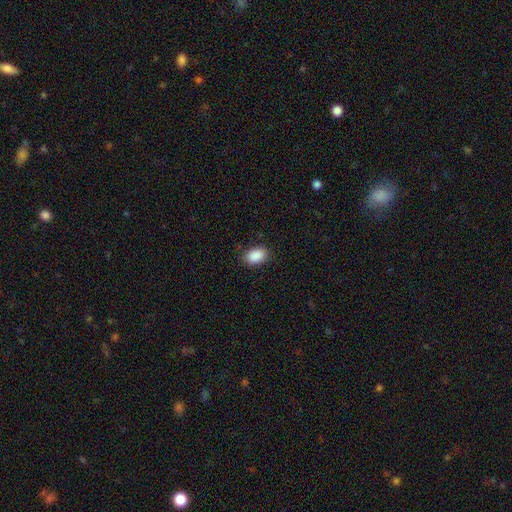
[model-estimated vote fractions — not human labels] A smooth galaxy with no disk features (90%) that is in between round and cigar-shaped (86%).

Vote fractions:
- Smooth or featured? smooth: 90% / star or artifact: 8% / featured or disk: 3%
- How rounded? in between: 86% / round: 13% / cigar-shaped: 1%
- Merging? none: 86% / minor disturbance: 10% / major disturbance: 3% / merger: 1%